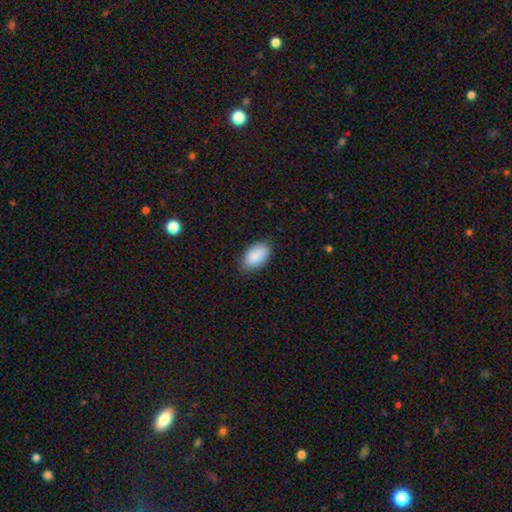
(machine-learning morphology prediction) Smooth or featured? Predicted: smooth (p=0.88). How rounded? Predicted: in between (p=0.93). Merging? Predicted: none (p=0.81).